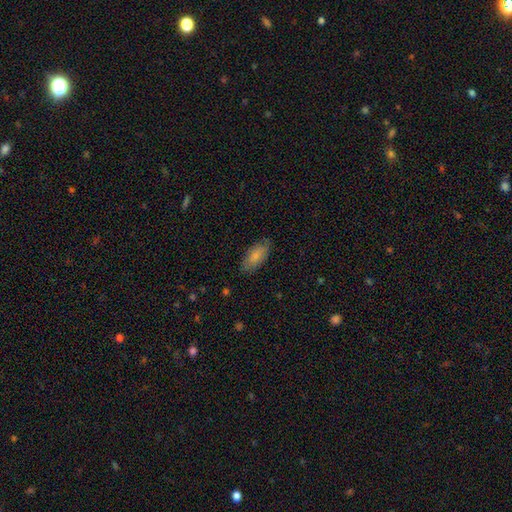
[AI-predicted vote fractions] This appears to be a smooth galaxy with no disk features (79%) that is in between round and cigar-shaped (87%). Merging: none (80%).